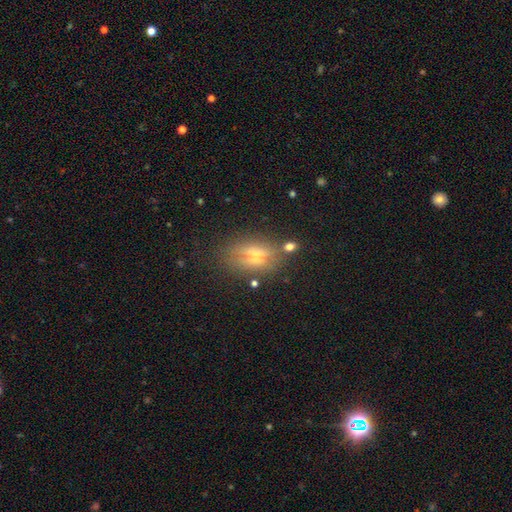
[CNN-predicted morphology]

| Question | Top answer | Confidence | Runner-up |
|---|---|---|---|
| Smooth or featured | featured or disk | 45% | smooth (38%) |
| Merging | none | 68% | minor disturbance (18%) |